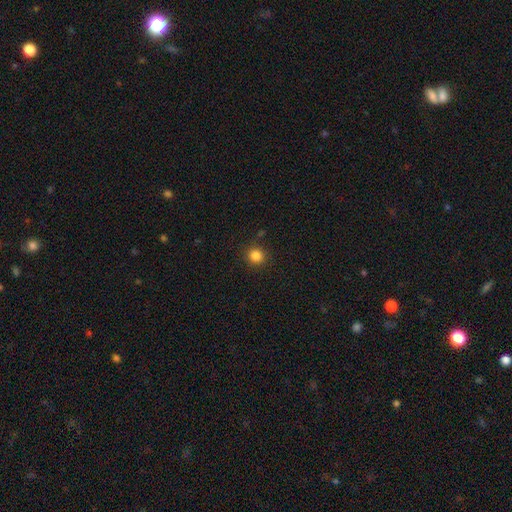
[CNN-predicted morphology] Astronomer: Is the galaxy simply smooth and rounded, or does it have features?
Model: smooth — 84%.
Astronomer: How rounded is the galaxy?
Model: round — 88%.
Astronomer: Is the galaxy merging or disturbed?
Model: none — 89%.